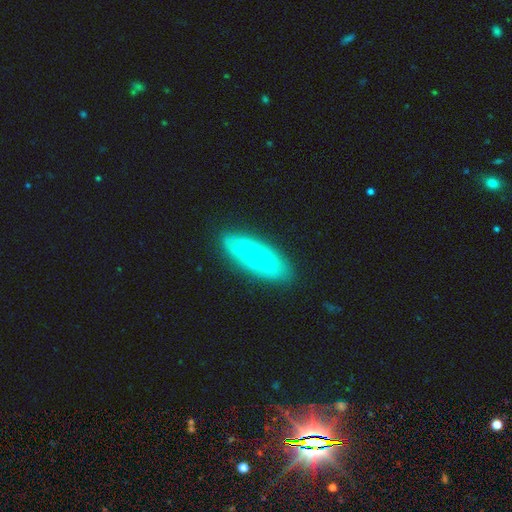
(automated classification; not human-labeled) Morphology: type=featured or disk (60%); edge-on=no (85%); bar=no (72%); spiral arms=yes (82%); bulge=small (79%); merging=none (82%).